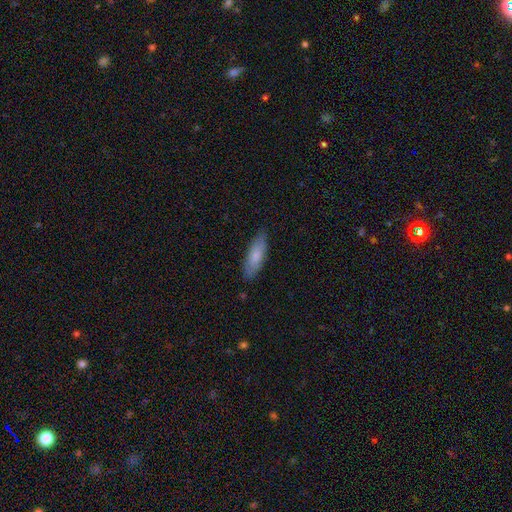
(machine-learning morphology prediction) This is likely a smooth galaxy (77%). How rounded: possibly in between (52%). Merging: clearly none (84%).